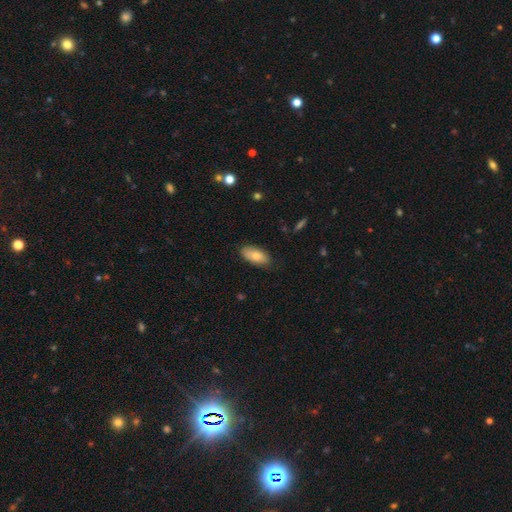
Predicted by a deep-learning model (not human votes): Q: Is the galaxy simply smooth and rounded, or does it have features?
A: smooth — 77%.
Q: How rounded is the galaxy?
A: in between — 89%.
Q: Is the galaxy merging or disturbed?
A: none — 83%.